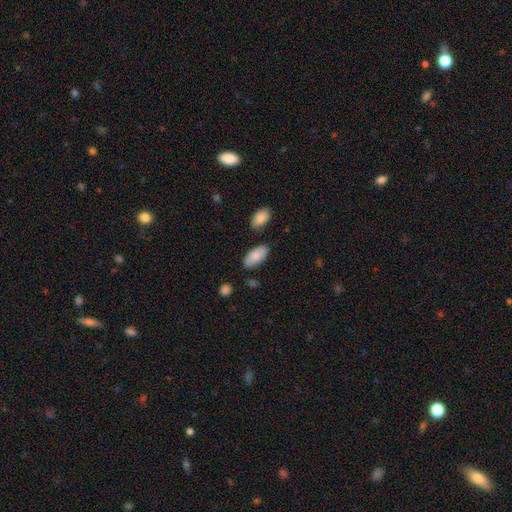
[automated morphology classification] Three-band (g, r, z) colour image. It shows a smooth galaxy with no disk features (85%) that is in between round and cigar-shaped (94%). Merging: none (80%).